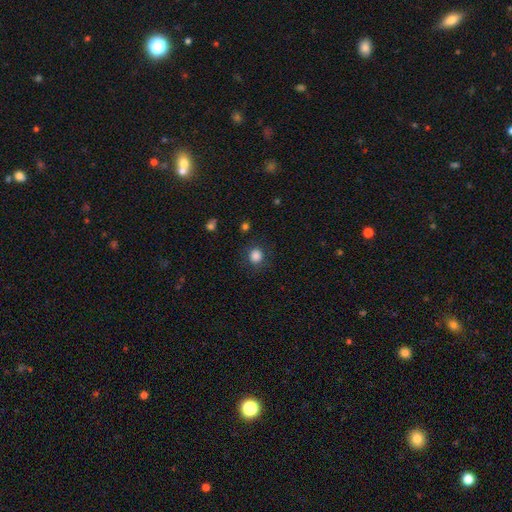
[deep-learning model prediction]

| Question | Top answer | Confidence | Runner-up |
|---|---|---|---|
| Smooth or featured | smooth | 85% | star or artifact (11%) |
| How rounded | round | 84% | in between (15%) |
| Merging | none | 85% | minor disturbance (10%) |